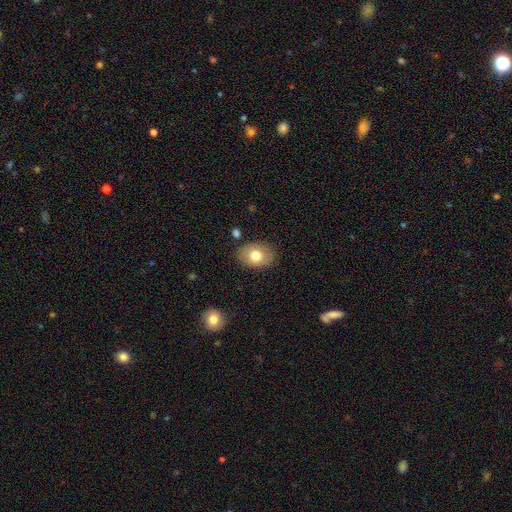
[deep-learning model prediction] Smooth or featured: smooth — 73% (featured or disk — 19%)
How rounded: in between — 73% (round — 26%)
Merging: none — 83% (minor disturbance — 12%)